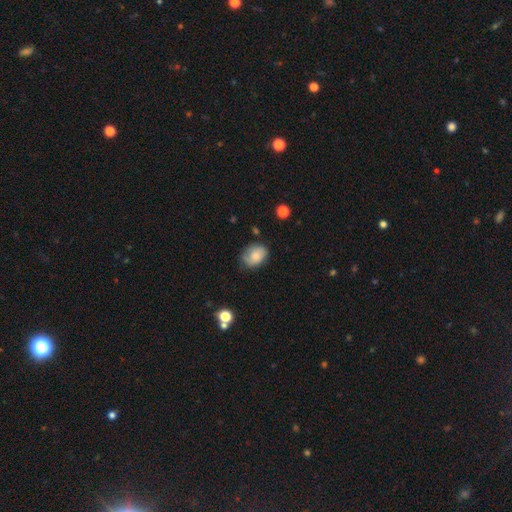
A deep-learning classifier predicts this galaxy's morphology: A smooth galaxy with no disk features (76%) that is in between round and cigar-shaped (66%).

Vote fractions:
- Smooth or featured? smooth: 76% / featured or disk: 15% / star or artifact: 8%
- How rounded? in between: 66% / round: 33% / cigar-shaped: 1%
- Merging? none: 65% / minor disturbance: 27% / major disturbance: 6% / merger: 2%